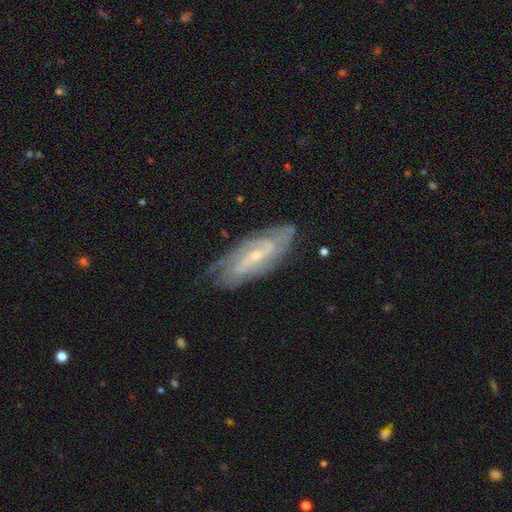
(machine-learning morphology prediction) smooth_or_featured: featured or disk (p=0.84) [alt: smooth p=0.10]
disk_edge_on: no (p=0.87) [alt: yes p=0.13]
bar: weak (p=0.47) [alt: no p=0.28]
has_spiral_arms: yes (p=0.94) [alt: no p=0.06]
spiral_winding: tight (p=0.53) [alt: medium p=0.36]
spiral_arm_count: 2 (p=0.39) [alt: can't tell p=0.31]
bulge_size: small (p=0.67) [alt: moderate p=0.28]
merging: none (p=0.74) [alt: minor disturbance p=0.19]